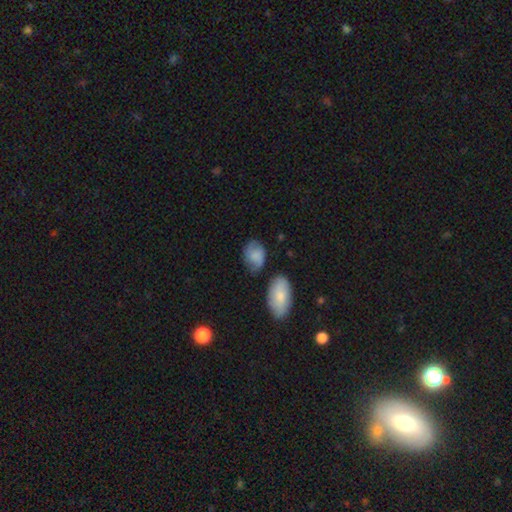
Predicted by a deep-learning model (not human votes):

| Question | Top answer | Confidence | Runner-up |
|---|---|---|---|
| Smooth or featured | smooth | 69% | featured or disk (23%) |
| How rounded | in between | 72% | round (27%) |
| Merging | none | 55% | minor disturbance (28%) |